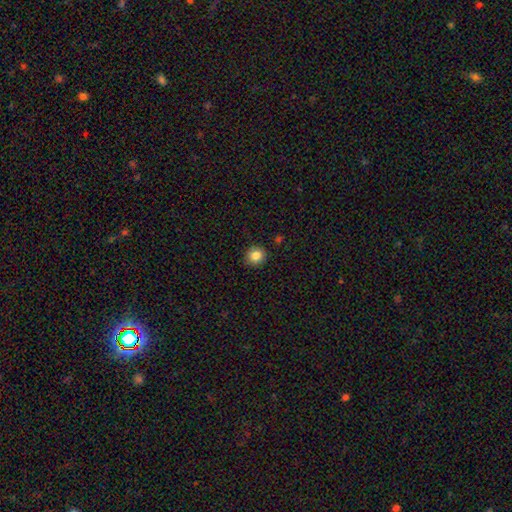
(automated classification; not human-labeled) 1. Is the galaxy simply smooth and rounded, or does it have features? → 84% smooth, 10% star or artifact, 5% featured or disk.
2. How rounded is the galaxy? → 84% round, 15% in between, 1% cigar-shaped.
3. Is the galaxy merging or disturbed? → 89% none, 8% minor disturbance, 2% major disturbance, 1% merger.